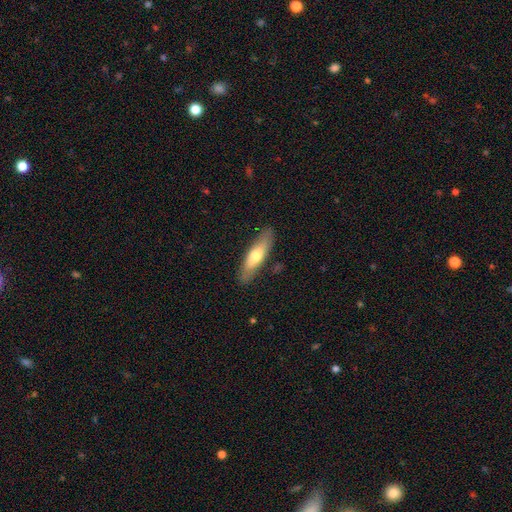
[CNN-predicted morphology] smooth_or_featured: smooth (p=0.60) [alt: featured or disk p=0.34]
how_rounded: cigar-shaped (p=0.60) [alt: in between p=0.38]
merging: none (p=0.85) [alt: minor disturbance p=0.12]